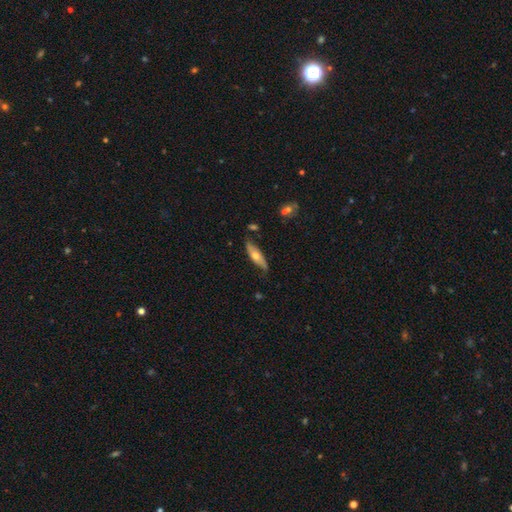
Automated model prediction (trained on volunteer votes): smooth 52%, featured or disk 42%, star or artifact 6%. Down the decision tree: how rounded — cigar-shaped (61%); merging — none (73%).